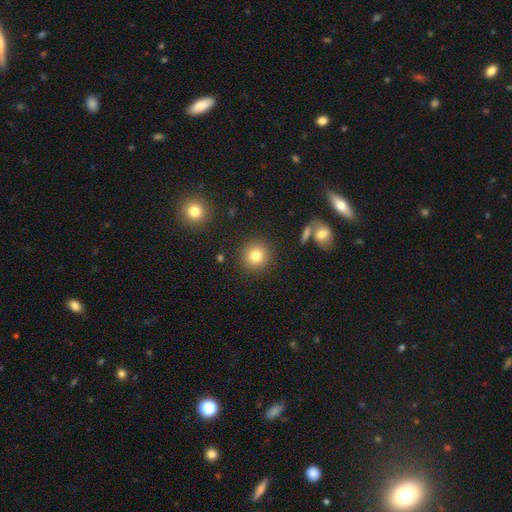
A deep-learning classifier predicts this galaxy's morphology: Smooth or featured?
  - smooth: 81% *
  - star or artifact: 11%
  - featured or disk: 8%
How rounded?
  - round: 93% *
  - in between: 6%
  - cigar-shaped: 1%
Merging?
  - none: 88% *
  - minor disturbance: 7%
  - major disturbance: 3%
  - merger: 2%